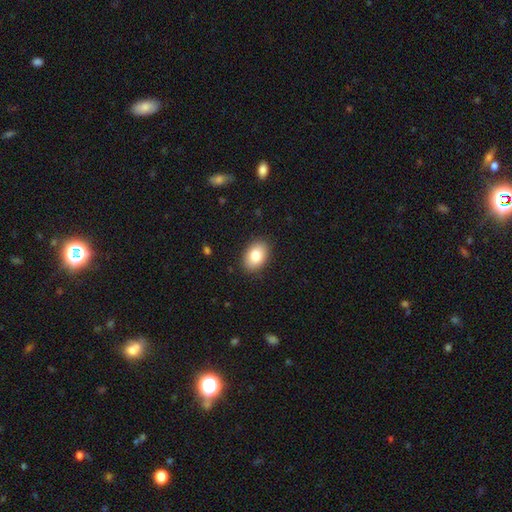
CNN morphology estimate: A smooth galaxy with no disk features (84%) that is in between round and cigar-shaped (85%). Merging: none (88%).